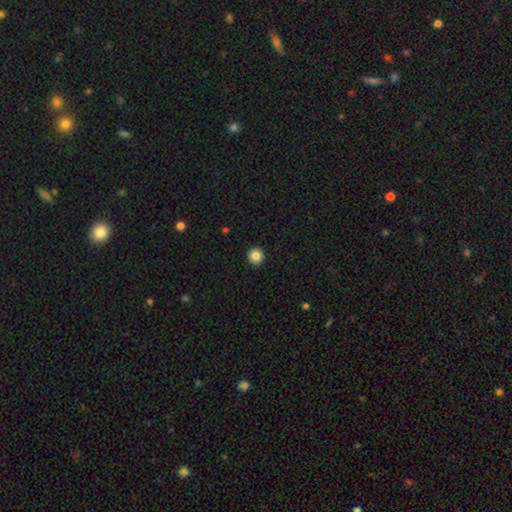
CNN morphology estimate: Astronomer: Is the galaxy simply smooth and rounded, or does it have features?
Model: smooth — 85%.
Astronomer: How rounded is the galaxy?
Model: round — 95%.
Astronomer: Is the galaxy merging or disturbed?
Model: none — 93%.